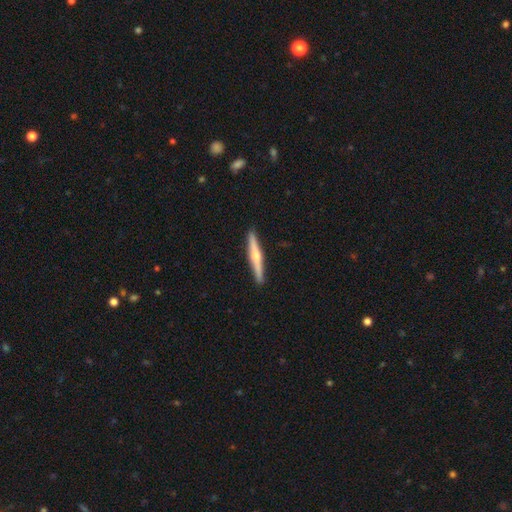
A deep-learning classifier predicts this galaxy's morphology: A featured or disk galaxy (59%) viewed edge-on (98%) with a rounded central bulge (81%). Merging: none (92%).